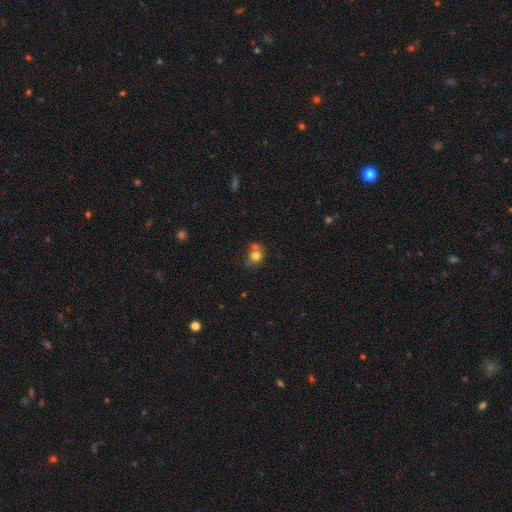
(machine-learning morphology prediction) A smooth galaxy with no disk features (76%) that is round (70%). Merging: none (47%).